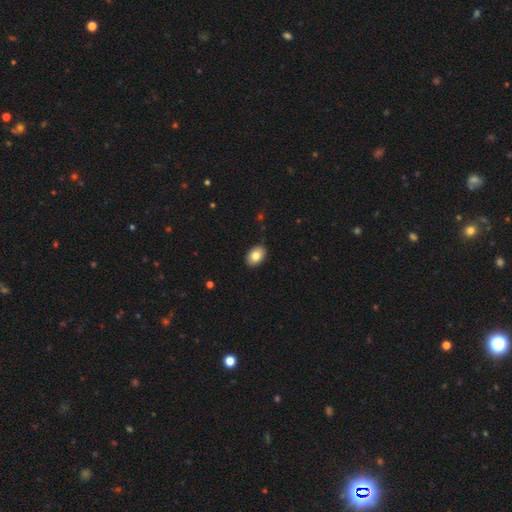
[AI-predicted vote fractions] smooth-or-featured: smooth: 82% | featured or disk: 10% | star or artifact: 8%
  how-rounded: in between: 82% | round: 17% | cigar-shaped: 1%
  merging: none: 88% | minor disturbance: 9% | major disturbance: 2% | merger: 1%